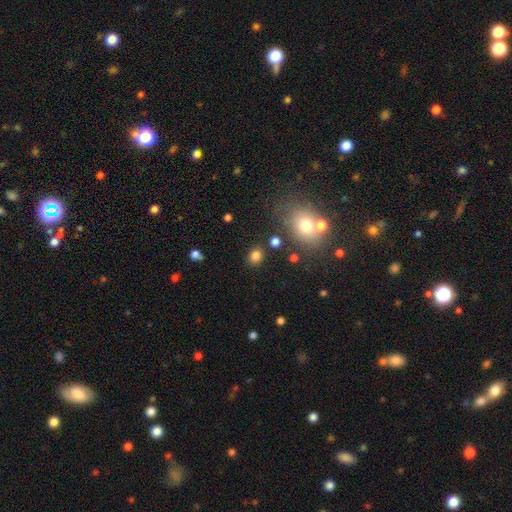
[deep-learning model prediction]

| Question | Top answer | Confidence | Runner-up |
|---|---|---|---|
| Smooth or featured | smooth | 80% | star or artifact (14%) |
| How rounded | round | 59% | in between (40%) |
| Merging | none | 83% | minor disturbance (9%) |